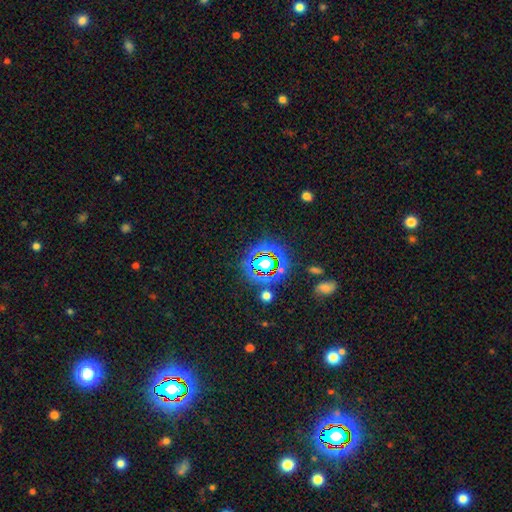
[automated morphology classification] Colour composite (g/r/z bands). It shows a star or artifact, not a galaxy (69%).